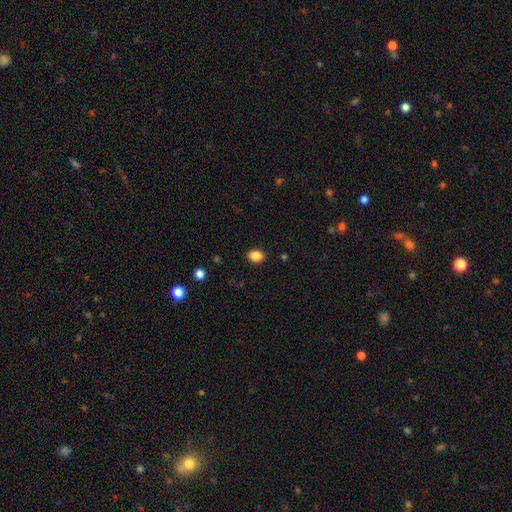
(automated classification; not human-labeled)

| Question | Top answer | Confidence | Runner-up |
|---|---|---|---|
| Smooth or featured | smooth | 86% | star or artifact (10%) |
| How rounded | in between | 63% | round (36%) |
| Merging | none | 88% | minor disturbance (8%) |